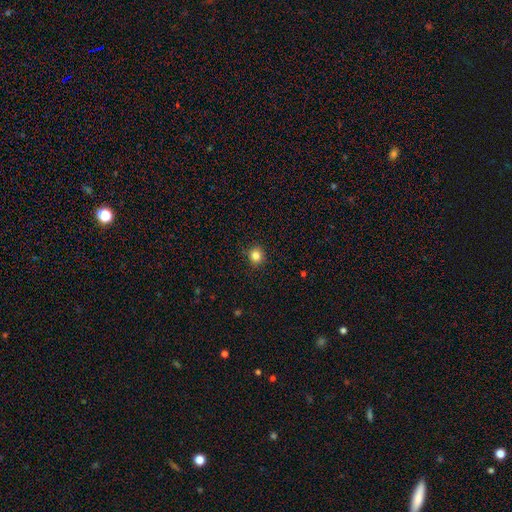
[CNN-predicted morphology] The model was most divided on "smooth or featured": smooth: 83%, star or artifact: 12%, featured or disk: 5%. More confident: how rounded — round (91%); merging — none (90%).